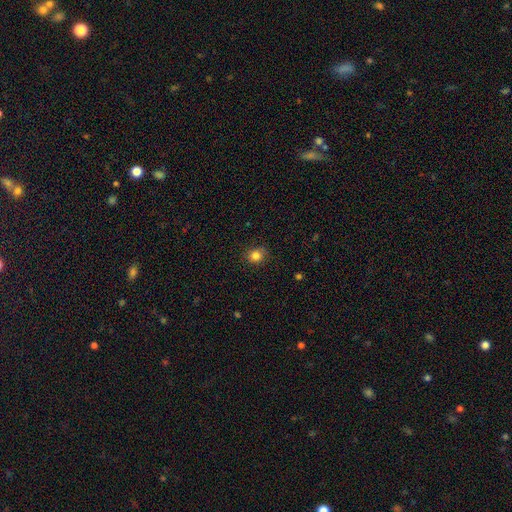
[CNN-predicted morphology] type=smooth (83%); roundness=round (79%); merging=none (84%).